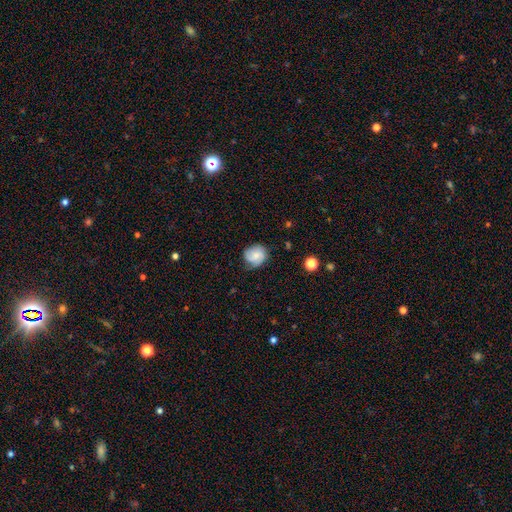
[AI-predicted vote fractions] smooth_or_featured: smooth (p=0.55) [alt: featured or disk p=0.37]
how_rounded: round (p=0.71) [alt: in between p=0.28]
merging: none (p=0.59) [alt: minor disturbance p=0.31]